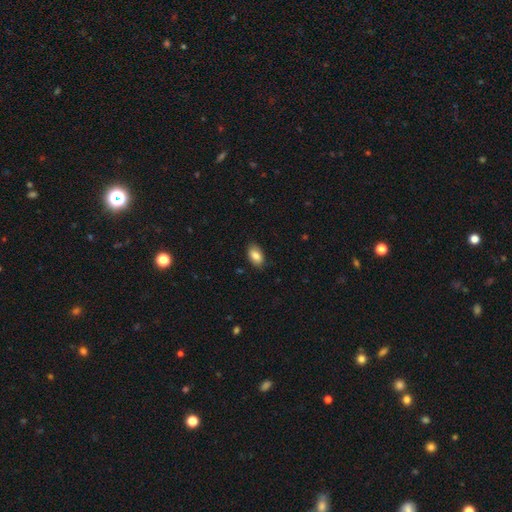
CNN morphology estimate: smooth-or-featured: smooth: 85% | featured or disk: 8% | star or artifact: 7%
  how-rounded: in between: 92% | round: 6% | cigar-shaped: 2%
  merging: none: 84% | minor disturbance: 13% | major disturbance: 2% | merger: 1%